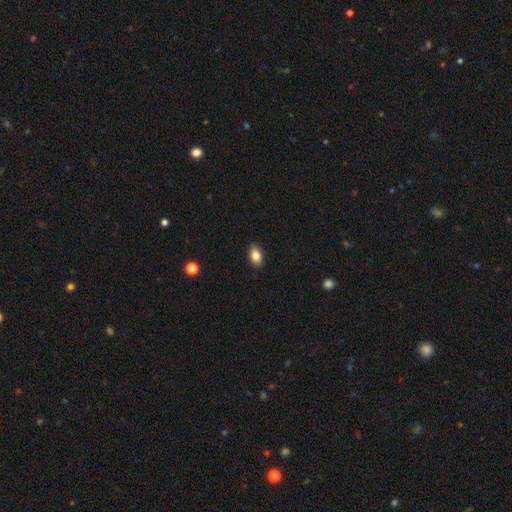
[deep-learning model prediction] Smooth or featured: smooth — 83% (featured or disk — 9%)
How rounded: in between — 89% (round — 8%)
Merging: none — 89% (minor disturbance — 8%)